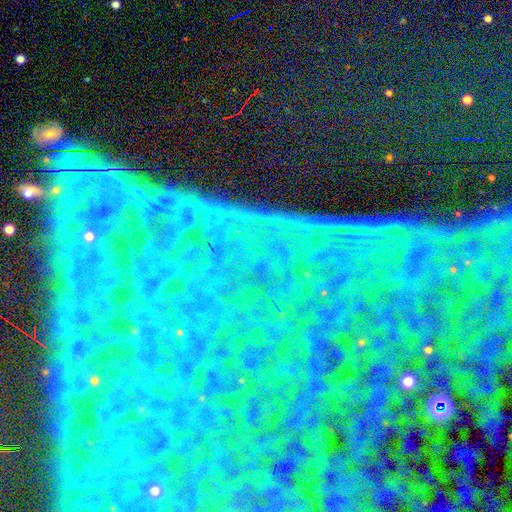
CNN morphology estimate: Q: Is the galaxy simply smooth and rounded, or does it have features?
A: star or artifact — 84%.